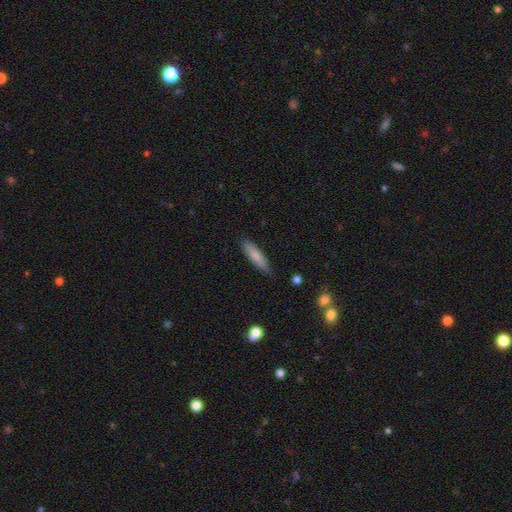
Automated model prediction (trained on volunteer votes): smooth 80%, featured or disk 14%, star or artifact 6%. Down the decision tree: how rounded — cigar-shaped (73%); merging — none (85%).